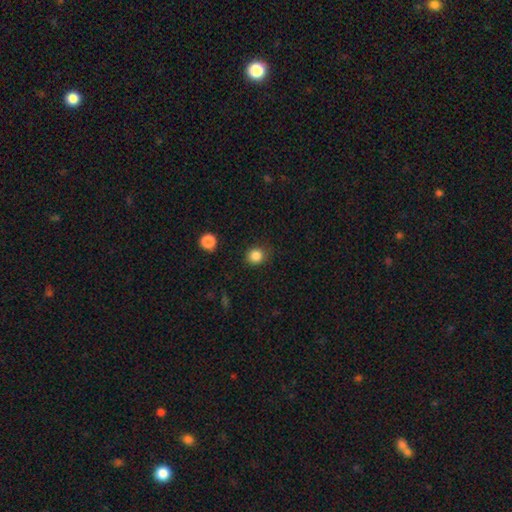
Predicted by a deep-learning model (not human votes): Smooth or featured: smooth — 85% (star or artifact — 11%)
How rounded: round — 85% (in between — 15%)
Merging: none — 86% (minor disturbance — 10%)